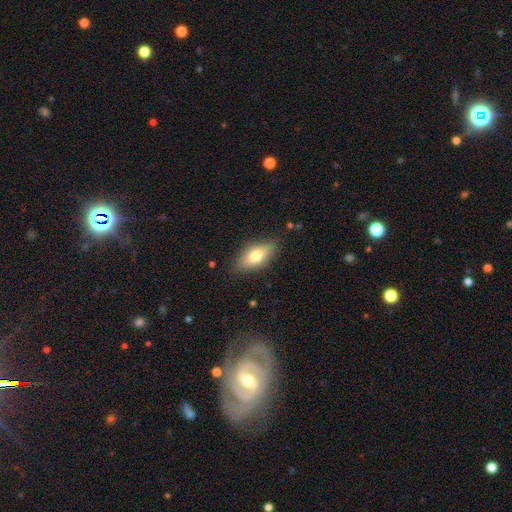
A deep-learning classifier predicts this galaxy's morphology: Overall: smooth (72%). How rounded: in between (82%). Merging: none (83%).